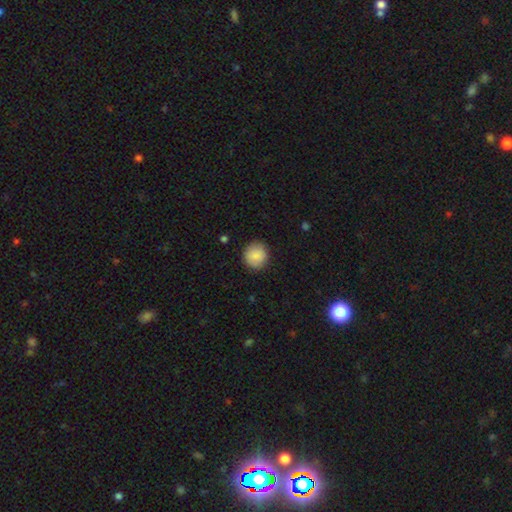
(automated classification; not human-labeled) This appears to be a smooth galaxy with no disk features (87%) that is round (91%). Merging: none (88%).